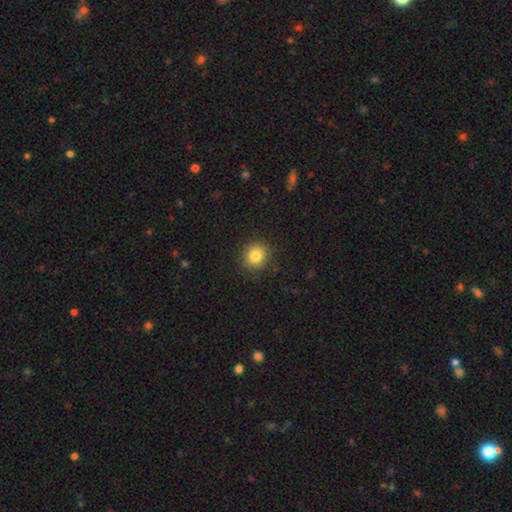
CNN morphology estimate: smooth 82%, star or artifact 11%, featured or disk 7%. Down the decision tree: how rounded — round (88%); merging — none (89%).